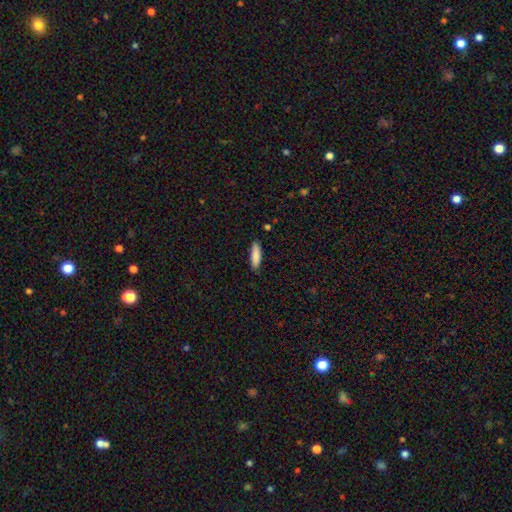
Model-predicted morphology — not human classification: smooth 87%, featured or disk 7%, star or artifact 6%. Down the decision tree: how rounded — cigar-shaped (65%); merging — none (87%).